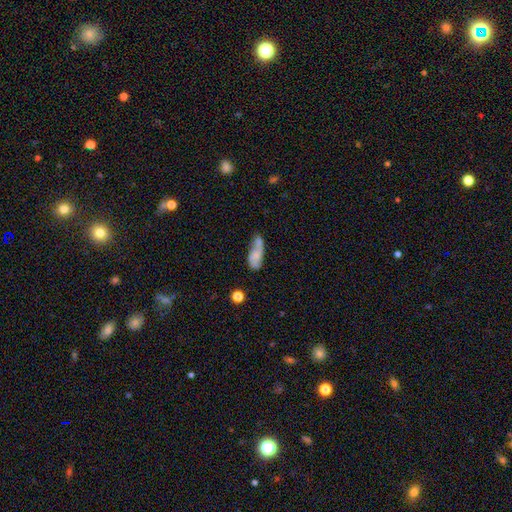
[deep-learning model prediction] The model was most divided on "merging": none: 36%, minor disturbance: 27%, merger: 22%, major disturbance: 16%. More confident: how rounded — in between (74%); smooth or featured — smooth (57%).